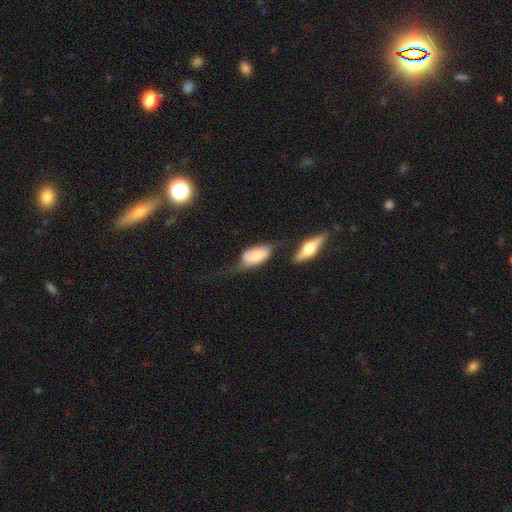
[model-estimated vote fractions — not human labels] A smooth galaxy with no disk features (54%) that is in between round and cigar-shaped (90%).

Vote fractions:
- Smooth or featured? smooth: 54% / featured or disk: 40% / star or artifact: 6%
- How rounded? in between: 90% / cigar-shaped: 6% / round: 4%
- Merging? none: 28% / minor disturbance: 25% / major disturbance: 24% / merger: 23%